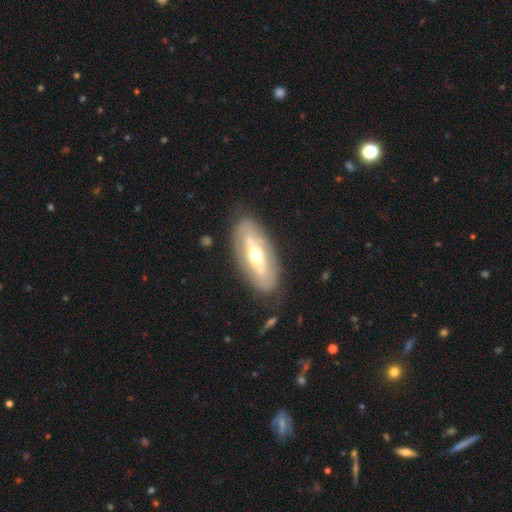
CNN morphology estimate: Smooth or featured: featured or disk — 63% (smooth — 31%)
Edge-on disk: no — 77% (yes — 23%)
Merging: none — 80% (minor disturbance — 13%)